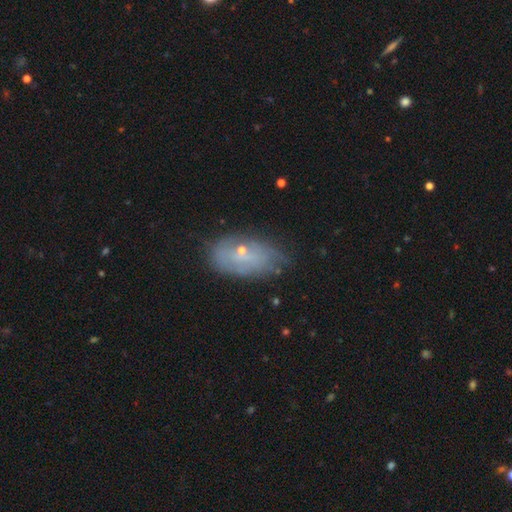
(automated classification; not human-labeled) Morphology: type=featured or disk (45%); merging=none (56%).